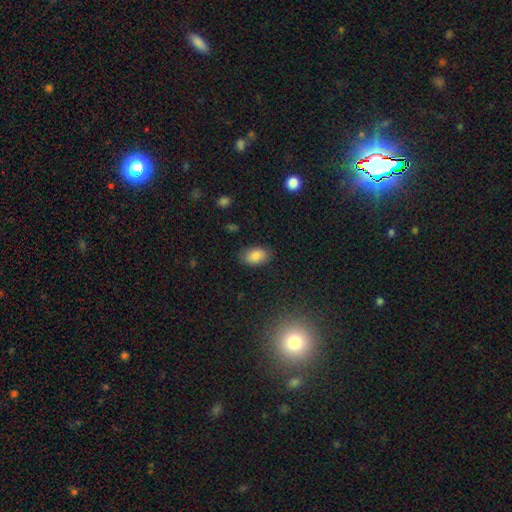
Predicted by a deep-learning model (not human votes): This appears to be a smooth galaxy with no disk features (84%) that is in between round and cigar-shaped (90%). Merging: none (83%).